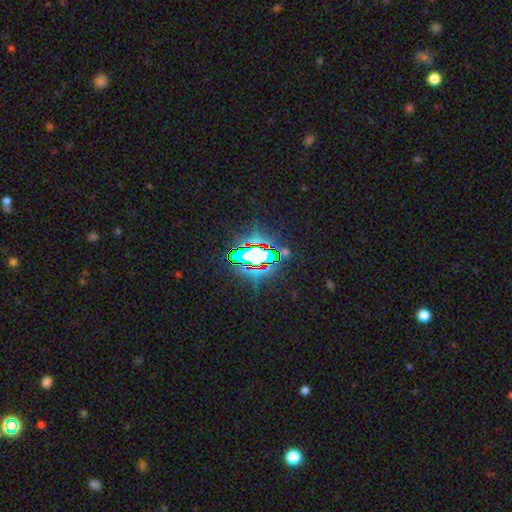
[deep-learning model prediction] The model was most divided on "smooth or featured": star or artifact: 74%, smooth: 15%, featured or disk: 11%.